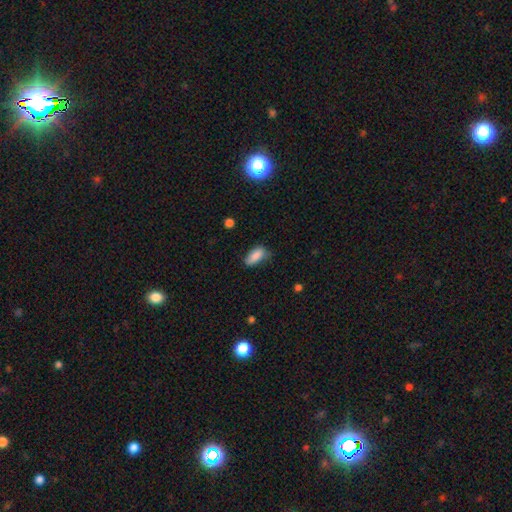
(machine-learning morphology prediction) Q: Smooth or featured?
A: smooth (86%); runner-up: star or artifact (7%)
Q: How rounded?
A: in between (87%); runner-up: cigar-shaped (10%)
Q: Merging?
A: none (62%); runner-up: minor disturbance (30%)